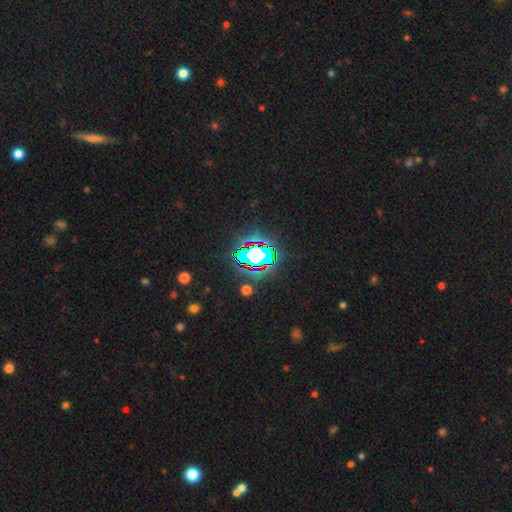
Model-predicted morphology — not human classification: smooth_or_featured: star or artifact (p=0.69) [alt: smooth p=0.17]